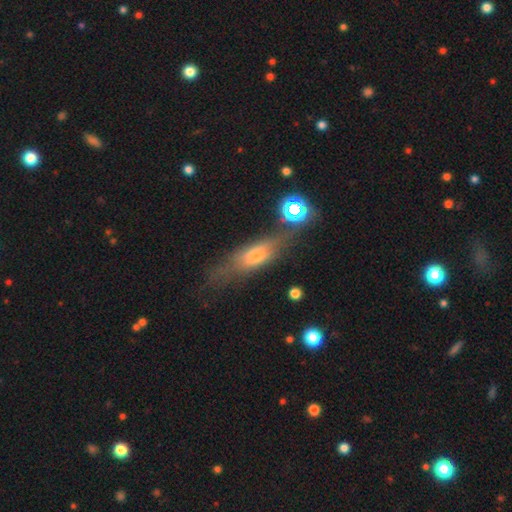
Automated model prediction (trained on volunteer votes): Morphology: type=smooth (50%); merging=none (51%).